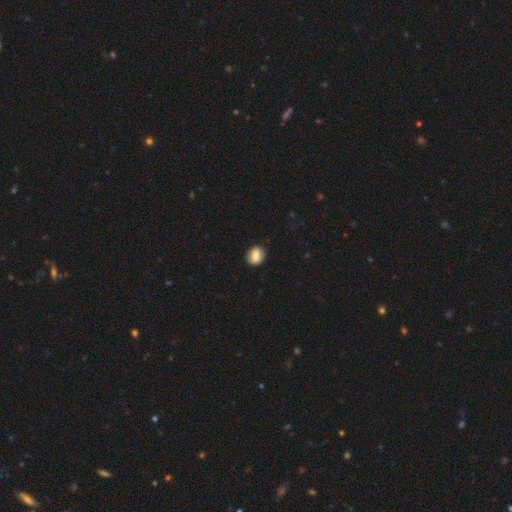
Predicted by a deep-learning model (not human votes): Smooth or featured?
  - smooth: 80% *
  - featured or disk: 12%
  - star or artifact: 8%
How rounded?
  - round: 51% *
  - in between: 48%
  - cigar-shaped: 1%
Merging?
  - none: 88% *
  - minor disturbance: 9%
  - major disturbance: 2%
  - merger: 1%